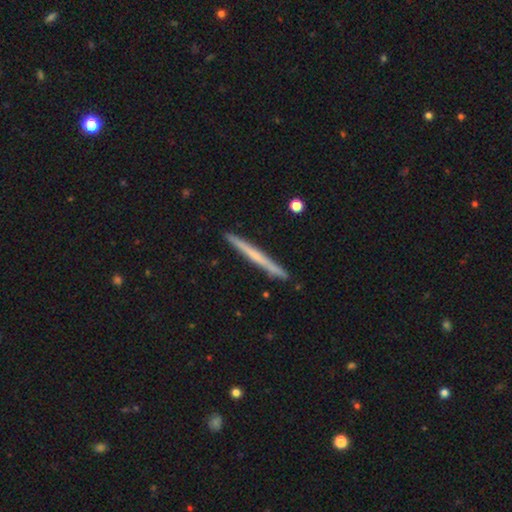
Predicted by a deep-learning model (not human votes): Morphology: type=featured or disk (48%); merging=none (92%).